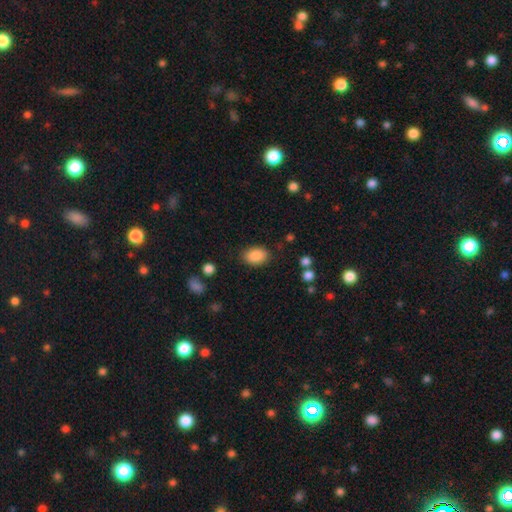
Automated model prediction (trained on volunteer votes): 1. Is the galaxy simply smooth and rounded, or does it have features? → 88% smooth, 8% star or artifact, 4% featured or disk.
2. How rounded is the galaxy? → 81% in between, 17% round, 1% cigar-shaped.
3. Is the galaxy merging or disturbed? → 84% none, 11% minor disturbance, 3% major disturbance, 2% merger.